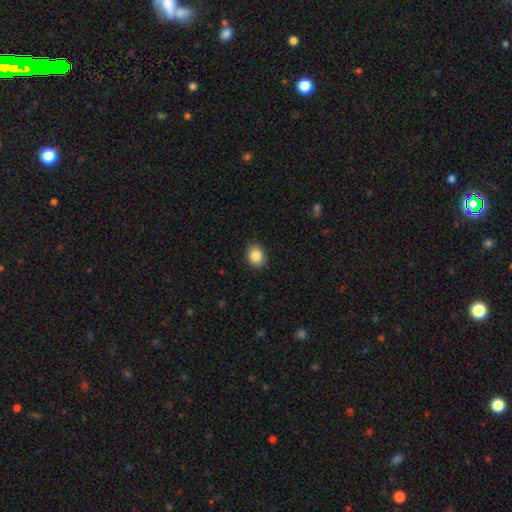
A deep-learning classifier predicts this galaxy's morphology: A smooth galaxy with no disk features (87%) that is in between round and cigar-shaped (55%). Merging: none (89%).